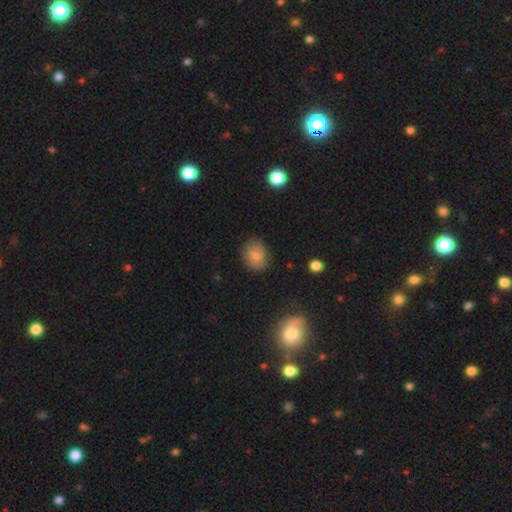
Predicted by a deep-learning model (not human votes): Q: Smooth or featured?
A: smooth (77%); runner-up: featured or disk (14%)
Q: How rounded?
A: round (54%); runner-up: in between (45%)
Q: Merging?
A: none (78%); runner-up: minor disturbance (16%)